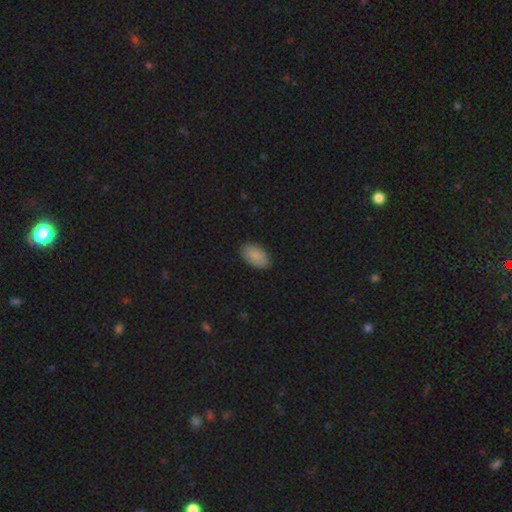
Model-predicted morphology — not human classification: Q: Smooth or featured?
A: smooth (87%); runner-up: star or artifact (7%)
Q: How rounded?
A: in between (94%); runner-up: round (4%)
Q: Merging?
A: none (87%); runner-up: minor disturbance (10%)